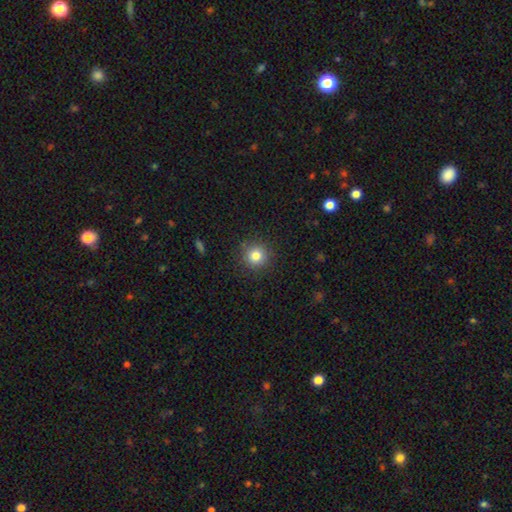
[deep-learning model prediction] This is clearly a smooth galaxy (82%). How rounded: clearly round (94%). Merging: clearly none (88%).